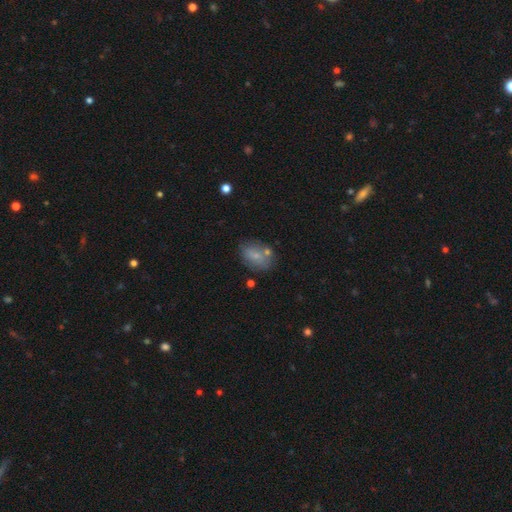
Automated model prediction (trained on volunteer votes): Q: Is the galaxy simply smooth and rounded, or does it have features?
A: smooth — 67%.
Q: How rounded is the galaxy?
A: in between — 79%.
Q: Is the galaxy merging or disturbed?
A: none — 61%.